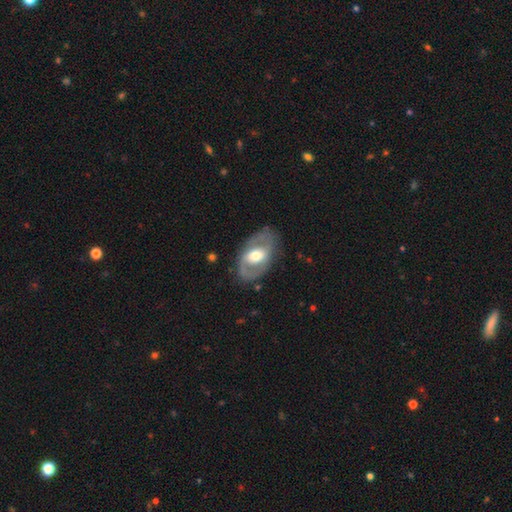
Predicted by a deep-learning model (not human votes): A featured or disk galaxy (68%) with no bar (47%), spiral arms (61%) and a moderate central bulge (58%).

Vote fractions:
- Smooth or featured? featured or disk: 68% / smooth: 27% / star or artifact: 5%
- Edge-on disk? no: 94% / yes: 6%
- Bar? no: 47% / weak: 35% / strong: 18%
- Spiral arms? yes: 61% / no: 39%
- Bulge size? moderate: 58% / large: 31% / small: 8% / dominant: 2% / none: 1%
- Merging? none: 77% / minor disturbance: 15% / major disturbance: 7% / merger: 1%